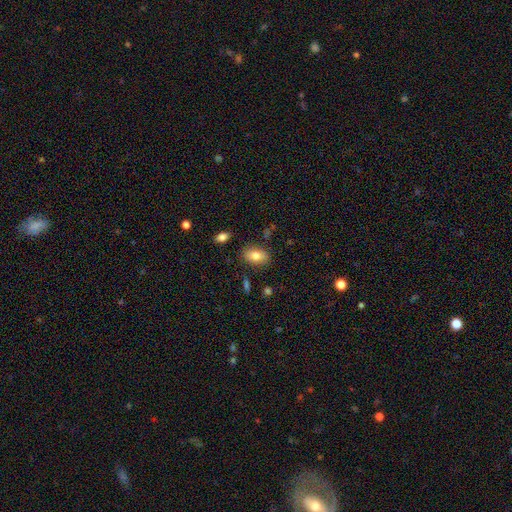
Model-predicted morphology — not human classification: This appears to be a smooth galaxy with no disk features (80%) that is in between round and cigar-shaped (88%). Merging: none (83%).